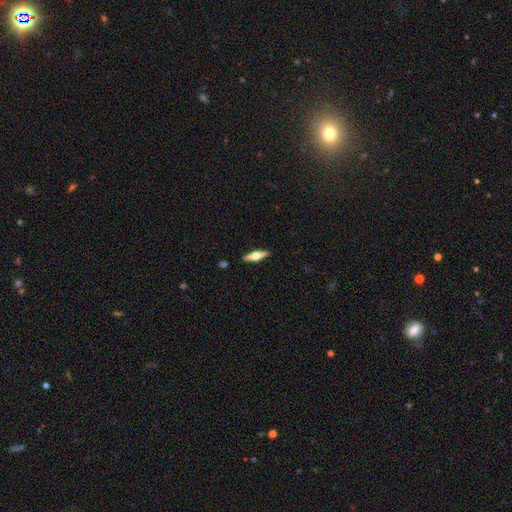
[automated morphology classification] This is likely a featured or disk galaxy (60%). It is clearly viewed edge-on (96%). Edge-on bulge: clearly rounded (94%). Merging: clearly none (90%).